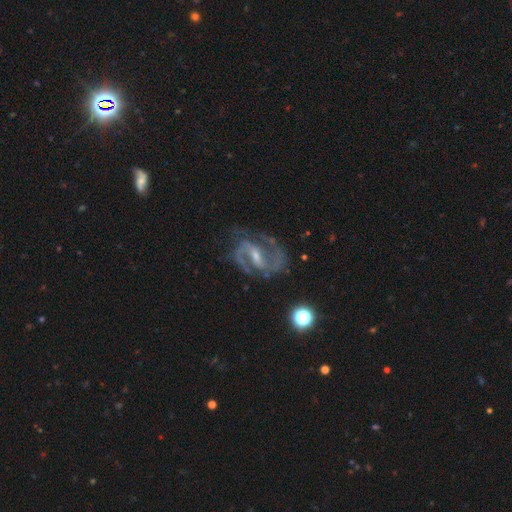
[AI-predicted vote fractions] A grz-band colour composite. It shows a featured or disk galaxy (90%) with a weak bar (44%), 2 (90%) medium (60%) spiral arms (98%) and a small central bulge (57%). Merging: none (72%).